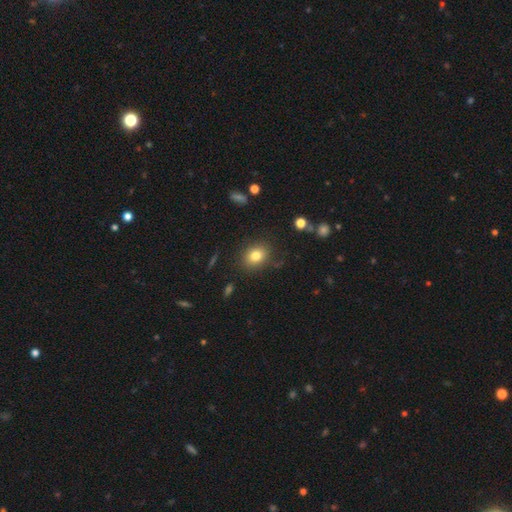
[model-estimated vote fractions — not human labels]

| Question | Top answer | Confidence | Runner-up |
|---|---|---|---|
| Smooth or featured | smooth | 80% | star or artifact (11%) |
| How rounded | round | 50% | in between (49%) |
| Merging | none | 83% | minor disturbance (12%) |